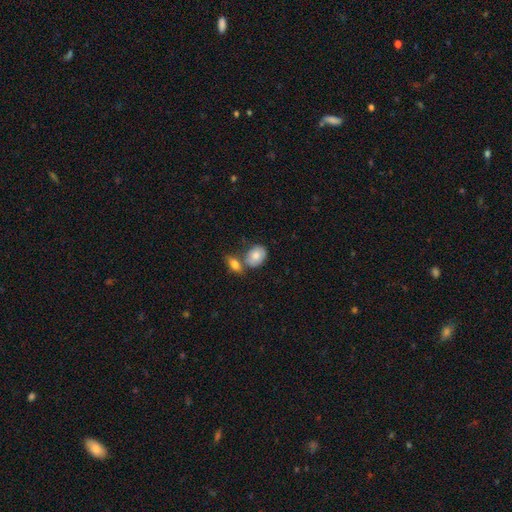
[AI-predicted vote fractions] The model was most divided on "merging": none: 46%, merger: 38%, minor disturbance: 12%, major disturbance: 4%. More confident: smooth or featured — smooth (81%); how rounded — in between (77%).